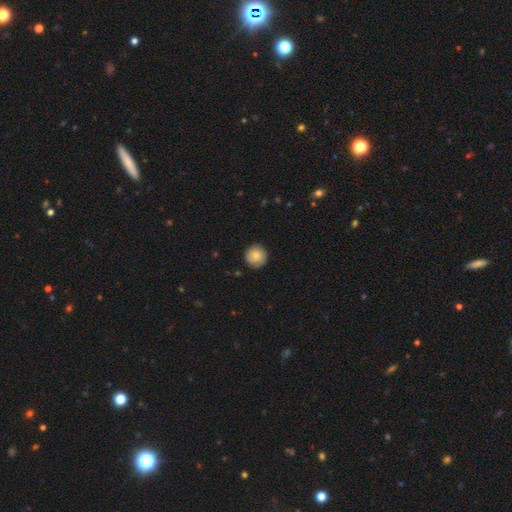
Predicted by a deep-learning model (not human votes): Overall: smooth (79%). How rounded: round (94%). Merging: none (86%).